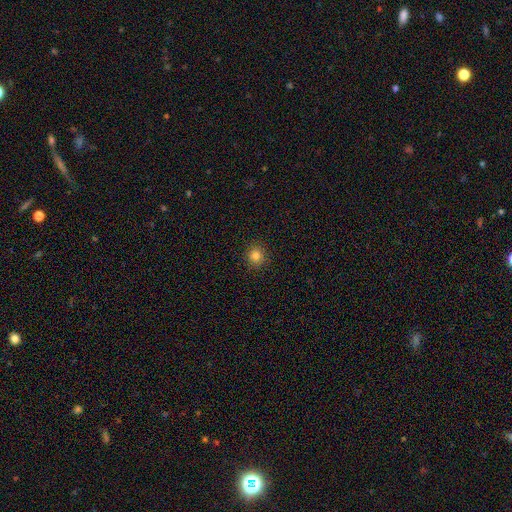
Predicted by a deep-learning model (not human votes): Smooth or featured? Predicted: smooth (p=0.81). How rounded? Predicted: round (p=0.90). Merging? Predicted: none (p=0.92).